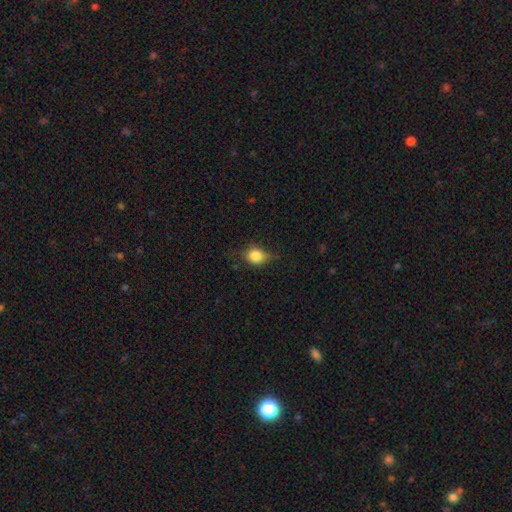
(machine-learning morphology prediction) Smooth or featured? smooth (77%)
How rounded? round (59%)
Merging? none (62%)